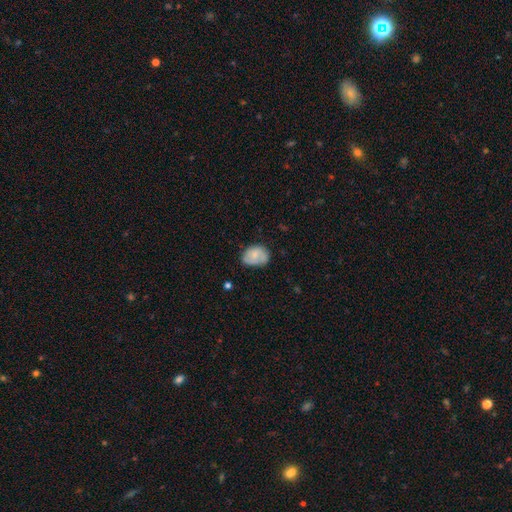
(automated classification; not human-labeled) smooth 70%, featured or disk 23%, star or artifact 7%. Down the decision tree: how rounded — in between (70%); merging — none (57%).